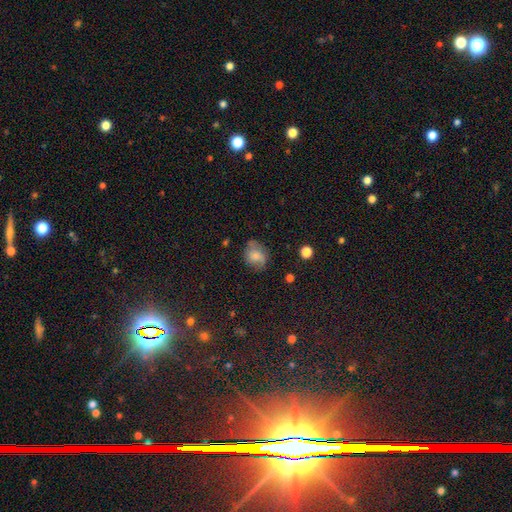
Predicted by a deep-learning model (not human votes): Smooth or featured?
  - smooth: 62% *
  - featured or disk: 27%
  - star or artifact: 11%
How rounded?
  - round: 52% *
  - in between: 46%
  - cigar-shaped: 1%
Merging?
  - none: 62% *
  - minor disturbance: 26%
  - major disturbance: 10%
  - merger: 2%